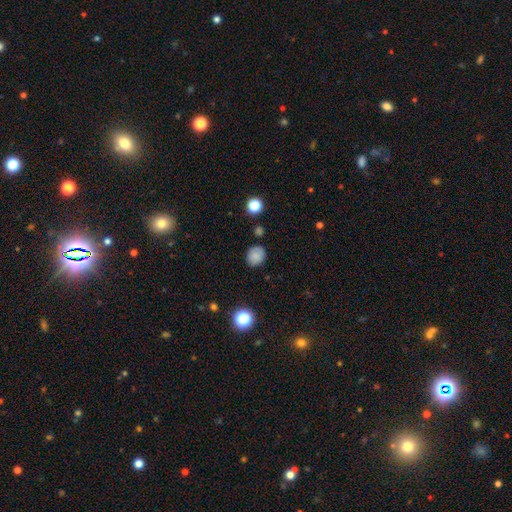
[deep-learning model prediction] This is clearly a smooth galaxy (81%). How rounded: likely round (72%). Merging: clearly none (81%).